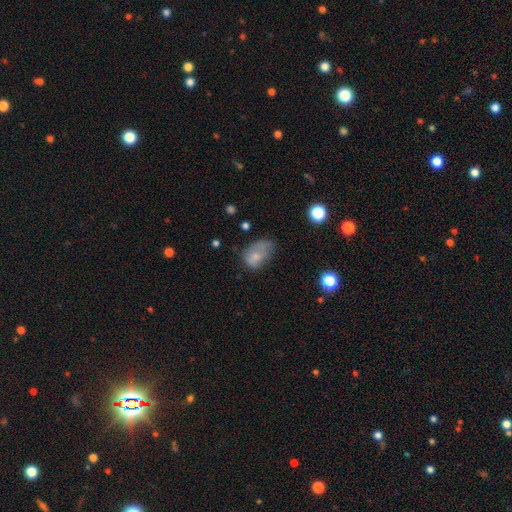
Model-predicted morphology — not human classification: type=smooth (68%); roundness=in between (83%); merging=minor disturbance (35%).